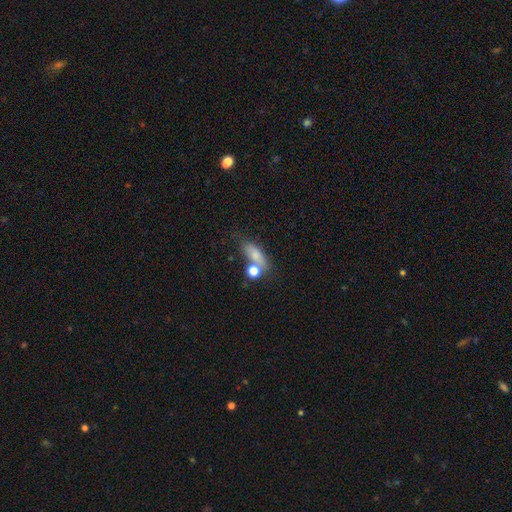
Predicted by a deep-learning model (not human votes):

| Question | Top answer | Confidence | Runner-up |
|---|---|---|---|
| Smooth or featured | smooth | 73% | featured or disk (16%) |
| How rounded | in between | 65% | cigar-shaped (19%) |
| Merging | none | 47% | merger (26%) |